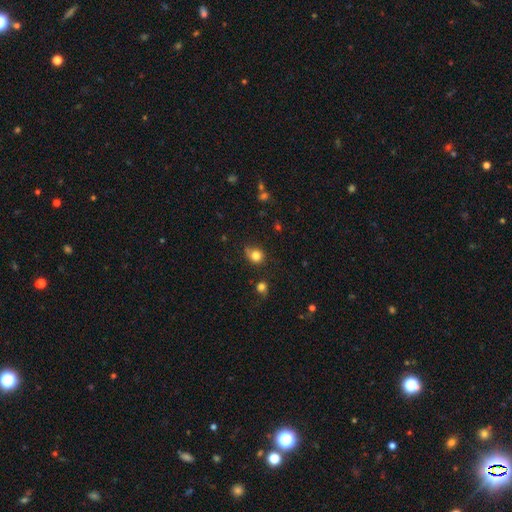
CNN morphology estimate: A smooth galaxy with no disk features (80%) that is round (83%).

Vote fractions:
- Smooth or featured? smooth: 80% / star or artifact: 13% / featured or disk: 7%
- How rounded? round: 83% / in between: 16% / cigar-shaped: 1%
- Merging? none: 65% / minor disturbance: 22% / major disturbance: 7% / merger: 6%